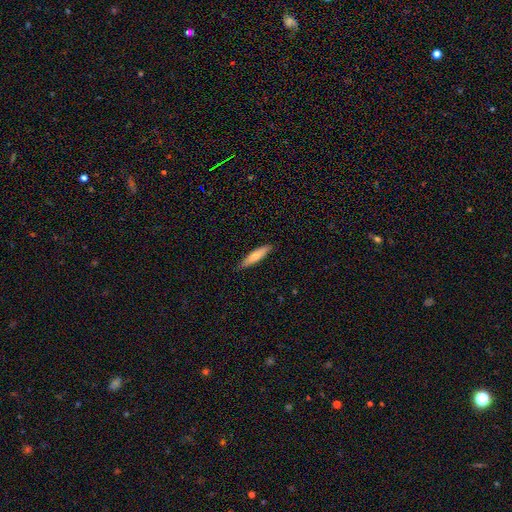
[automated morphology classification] Q: Smooth or featured?
A: smooth (76%); runner-up: featured or disk (18%)
Q: How rounded?
A: cigar-shaped (81%); runner-up: in between (18%)
Q: Merging?
A: none (86%); runner-up: minor disturbance (11%)